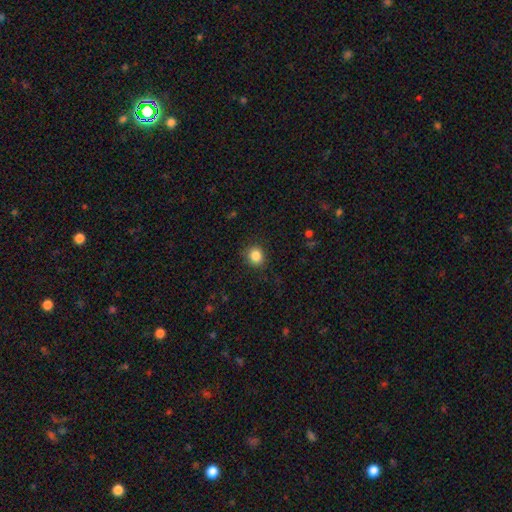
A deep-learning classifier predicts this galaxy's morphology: smooth-or-featured: smooth: 85% | star or artifact: 10% | featured or disk: 4%
  how-rounded: round: 81% | in between: 18% | cigar-shaped: 1%
  merging: none: 88% | minor disturbance: 9% | major disturbance: 3% | merger: 1%